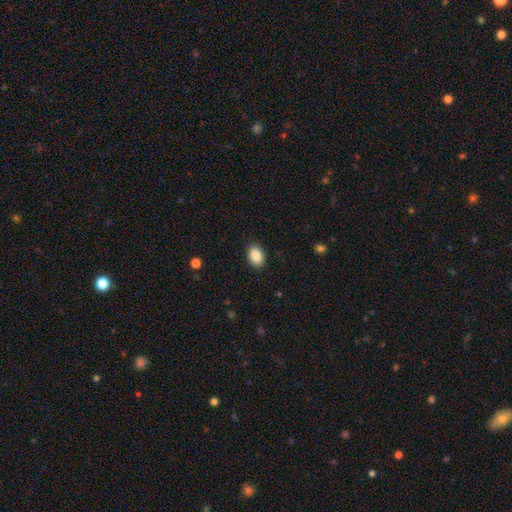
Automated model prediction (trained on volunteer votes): Smooth or featured? Predicted: smooth (p=0.88). How rounded? Predicted: in between (p=0.86). Merging? Predicted: none (p=0.87).